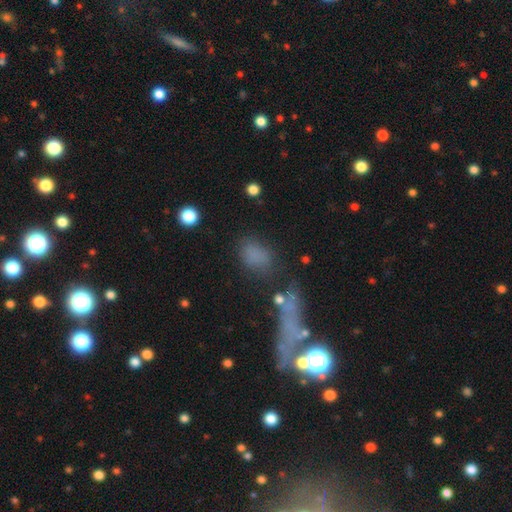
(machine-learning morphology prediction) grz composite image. It shows a smooth galaxy with no disk features (73%) that is in between round and cigar-shaped (73%). Merging: none (61%).